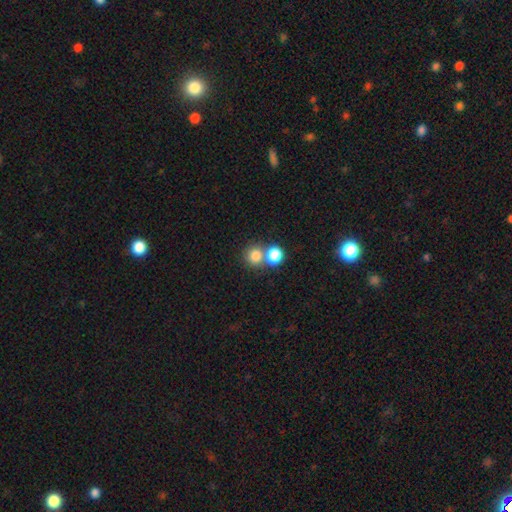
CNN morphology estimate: Smooth or featured?
  - smooth: 80% *
  - star or artifact: 12%
  - featured or disk: 8%
How rounded?
  - round: 86% *
  - in between: 13%
  - cigar-shaped: 1%
Merging?
  - none: 50% *
  - merger: 40%
  - minor disturbance: 7%
  - major disturbance: 3%